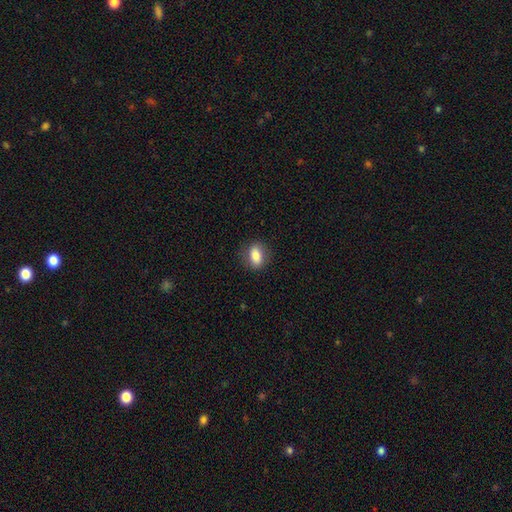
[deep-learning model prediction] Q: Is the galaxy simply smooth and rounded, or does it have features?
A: smooth — 81%.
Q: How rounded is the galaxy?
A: in between — 76%.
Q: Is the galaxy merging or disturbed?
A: none — 83%.